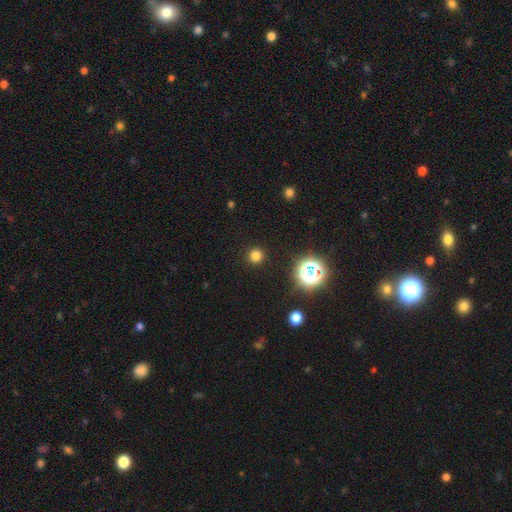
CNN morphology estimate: A smooth galaxy with no disk features (76%) that is round (95%). Merging: none (92%).